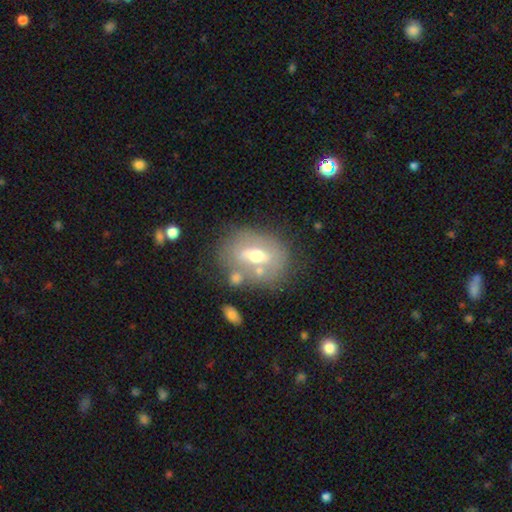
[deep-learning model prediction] featured or disk 57%, smooth 35%, star or artifact 9%. Down the decision tree: edge-on disk — no (88%); bar — weak (39%); spiral arms — no (75%); bulge size — moderate (73%); merging — none (63%).